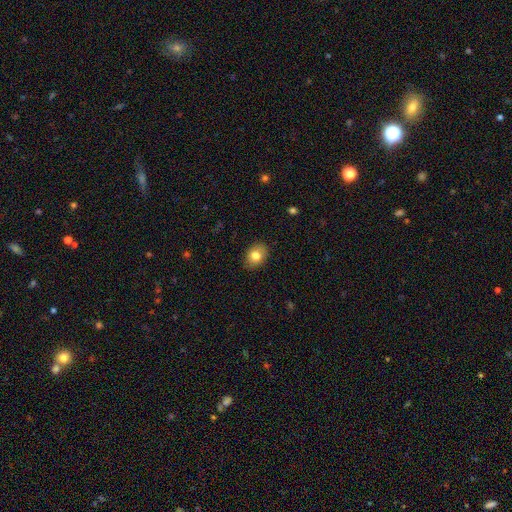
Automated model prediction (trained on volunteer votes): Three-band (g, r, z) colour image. It shows a smooth galaxy with no disk features (80%) that is in between round and cigar-shaped (65%). Merging: none (88%).